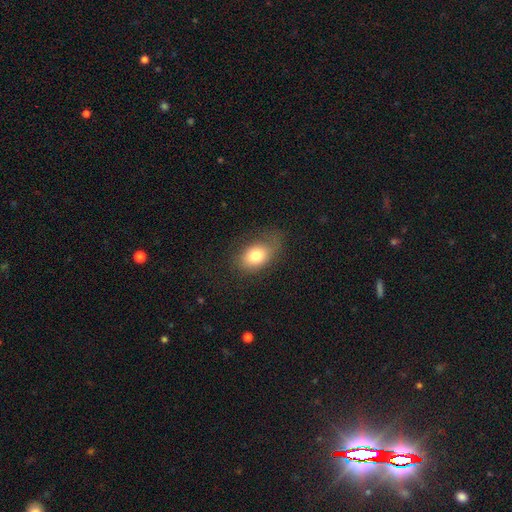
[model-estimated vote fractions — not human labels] Morphology: type=smooth (77%); roundness=in between (80%); merging=none (60%).